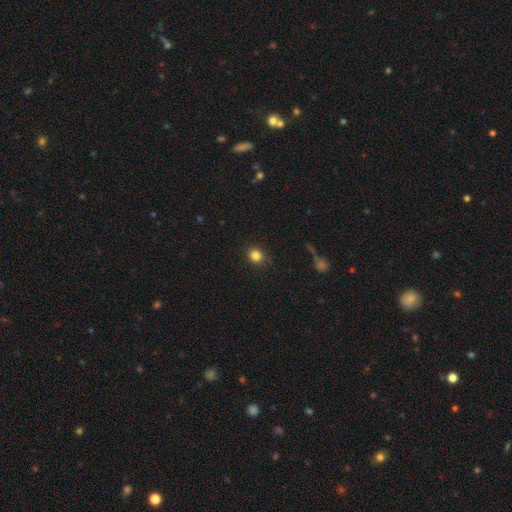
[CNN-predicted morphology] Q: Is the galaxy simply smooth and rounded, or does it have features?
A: smooth — 84%.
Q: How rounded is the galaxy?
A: round — 76%.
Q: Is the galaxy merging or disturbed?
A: none — 87%.